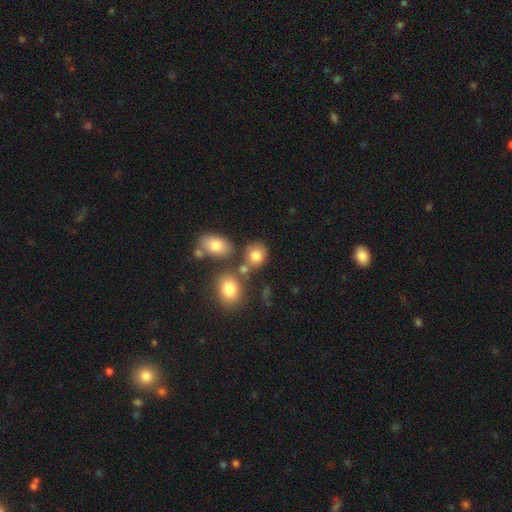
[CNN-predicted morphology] Smooth or featured?
  - smooth: 79% *
  - star or artifact: 11%
  - featured or disk: 10%
How rounded?
  - round: 57% *
  - in between: 42%
  - cigar-shaped: 1%
Merging?
  - none: 57% *
  - merger: 22%
  - minor disturbance: 14%
  - major disturbance: 6%